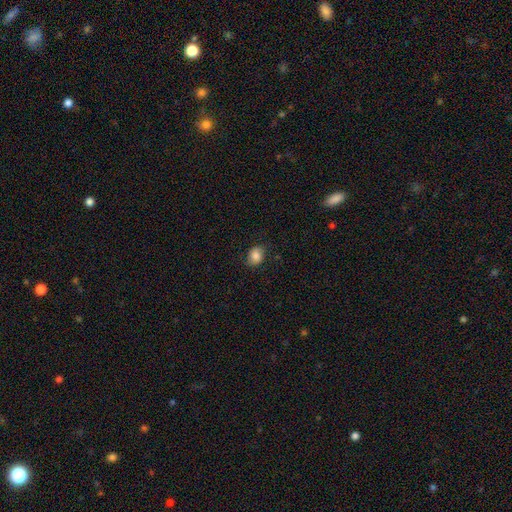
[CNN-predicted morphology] Smooth or featured: smooth — 82% (featured or disk — 9%)
How rounded: in between — 52% (round — 47%)
Merging: none — 78% (minor disturbance — 17%)